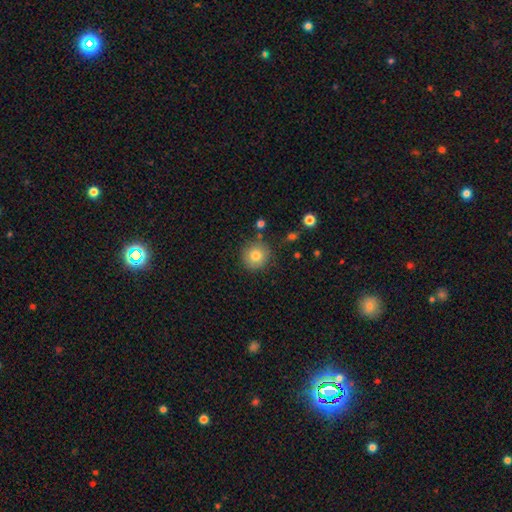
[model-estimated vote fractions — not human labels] Smooth or featured? smooth (81%)
How rounded? round (93%)
Merging? none (85%)